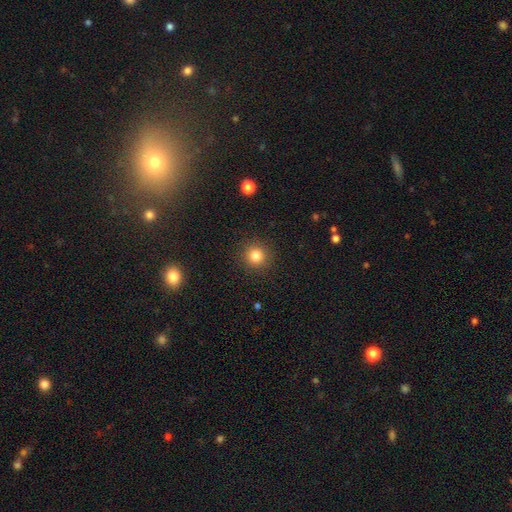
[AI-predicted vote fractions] This is clearly a smooth galaxy (83%). How rounded: clearly round (93%). Merging: clearly none (91%).